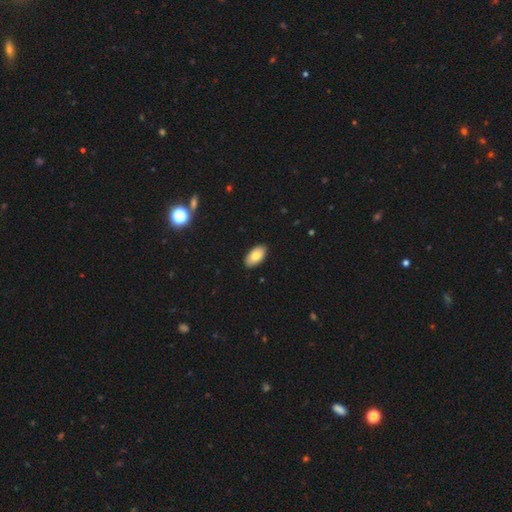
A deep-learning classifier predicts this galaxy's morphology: Q: Smooth or featured?
A: smooth (81%); runner-up: featured or disk (12%)
Q: How rounded?
A: in between (95%); runner-up: round (3%)
Q: Merging?
A: none (90%); runner-up: minor disturbance (8%)